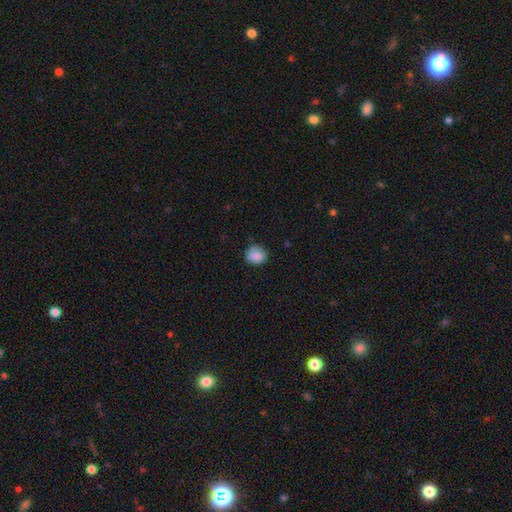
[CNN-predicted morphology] The model was most divided on "how rounded": round: 73%, in between: 26%, cigar-shaped: 1%. More confident: smooth or featured — smooth (88%); merging — none (79%).